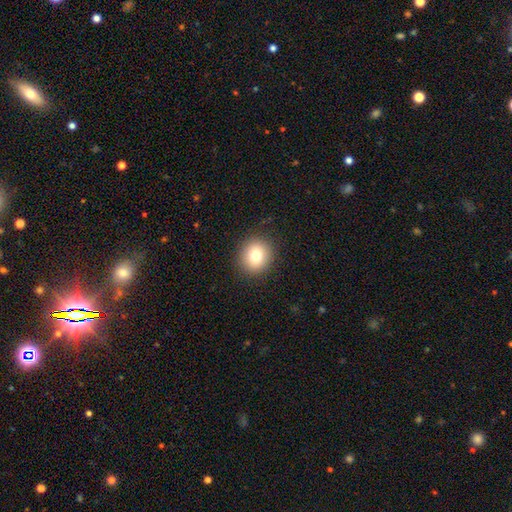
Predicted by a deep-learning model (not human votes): smooth-or-featured: smooth: 80% | star or artifact: 10% | featured or disk: 10%
  how-rounded: round: 81% | in between: 18% | cigar-shaped: 1%
  merging: none: 89% | minor disturbance: 7% | major disturbance: 3% | merger: 1%